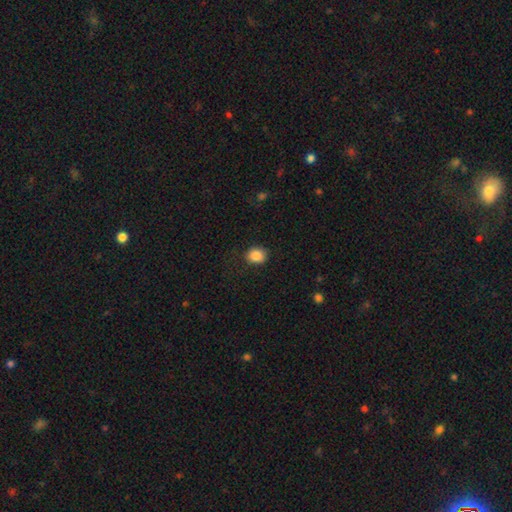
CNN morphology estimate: Smooth or featured? smooth (86%)
How rounded? round (66%)
Merging? none (84%)